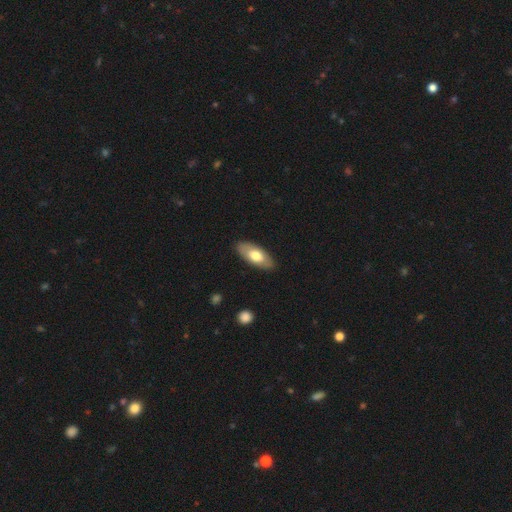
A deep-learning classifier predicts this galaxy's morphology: smooth-or-featured: smooth: 66% | featured or disk: 29% | star or artifact: 5%
  how-rounded: in between: 87% | cigar-shaped: 11% | round: 2%
  merging: none: 87% | minor disturbance: 10% | major disturbance: 2% | merger: 1%